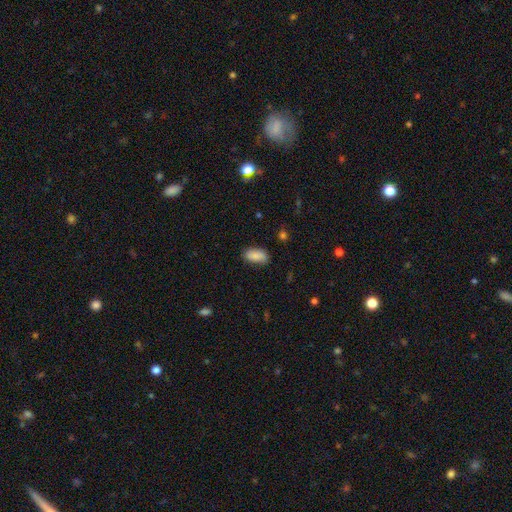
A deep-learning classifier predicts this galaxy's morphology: Smooth or featured? smooth (86%)
How rounded? in between (92%)
Merging? none (82%)